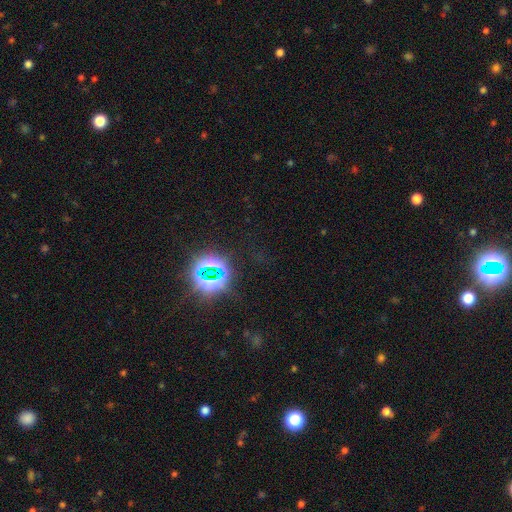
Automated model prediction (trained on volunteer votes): Smooth or featured?
  - star or artifact: 67% *
  - smooth: 20%
  - featured or disk: 13%